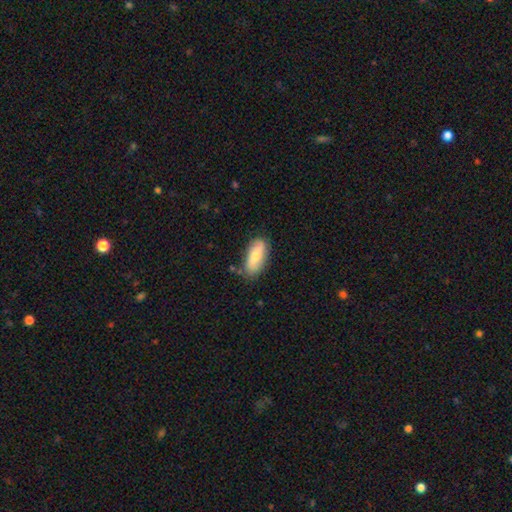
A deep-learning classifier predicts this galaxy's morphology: type=smooth (70%); roundness=in between (83%); merging=none (75%).